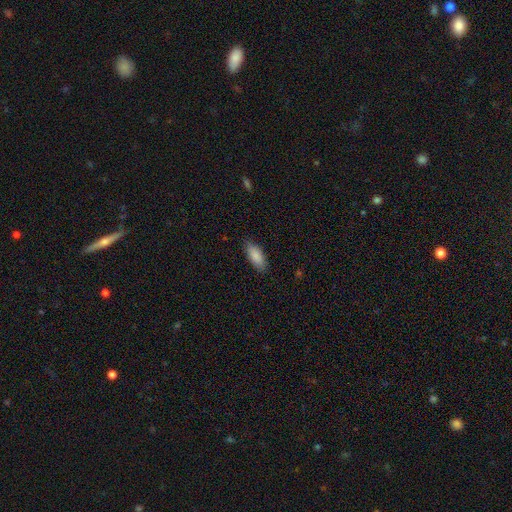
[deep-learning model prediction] Overall: smooth (88%). How rounded: in between (79%). Merging: none (86%).